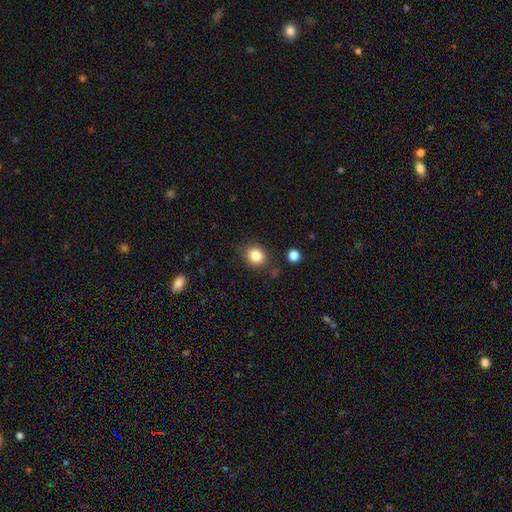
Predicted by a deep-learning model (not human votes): Smooth or featured?
  - smooth: 84% *
  - star or artifact: 10%
  - featured or disk: 6%
How rounded?
  - round: 73% *
  - in between: 26%
  - cigar-shaped: 1%
Merging?
  - none: 83% *
  - minor disturbance: 11%
  - major disturbance: 3%
  - merger: 3%